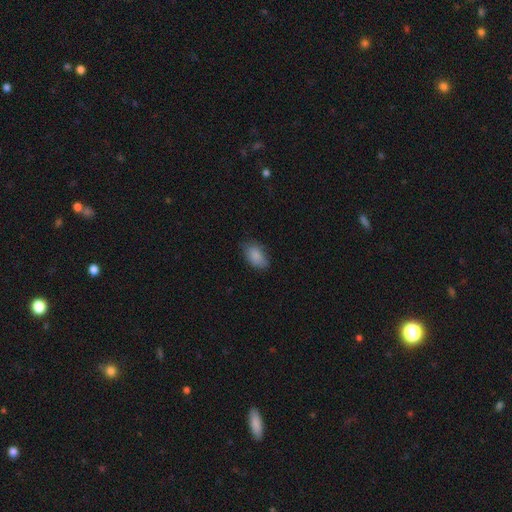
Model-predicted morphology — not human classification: Smooth or featured: smooth — 86% (star or artifact — 8%)
How rounded: in between — 91% (round — 6%)
Merging: none — 71% (minor disturbance — 23%)